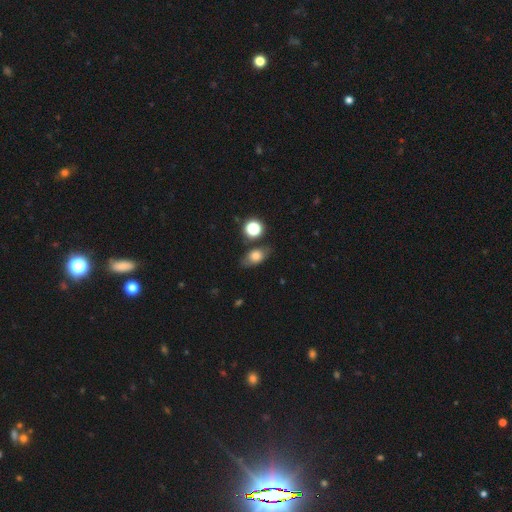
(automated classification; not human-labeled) This is likely a smooth galaxy (69%). How rounded: likely in between (74%). Merging: likely none (72%).